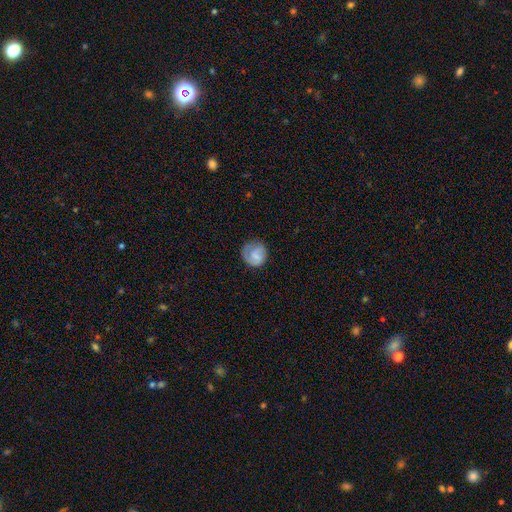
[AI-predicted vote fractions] Smooth or featured? Predicted: smooth (p=0.49). Merging? Predicted: none (p=0.67).